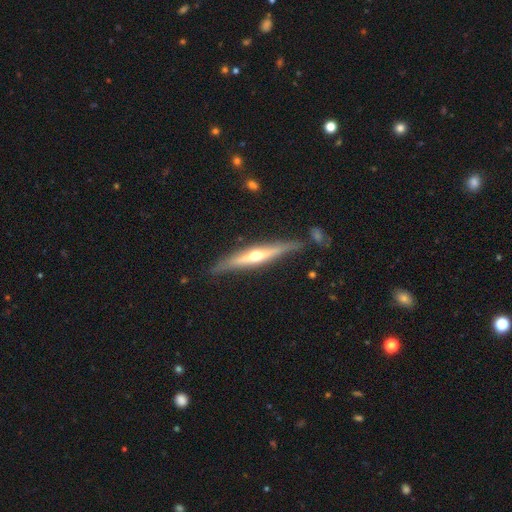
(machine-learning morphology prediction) This is likely a featured or disk galaxy (70%). It is clearly viewed edge-on (95%). Edge-on bulge: clearly rounded (88%). Merging: clearly none (81%).